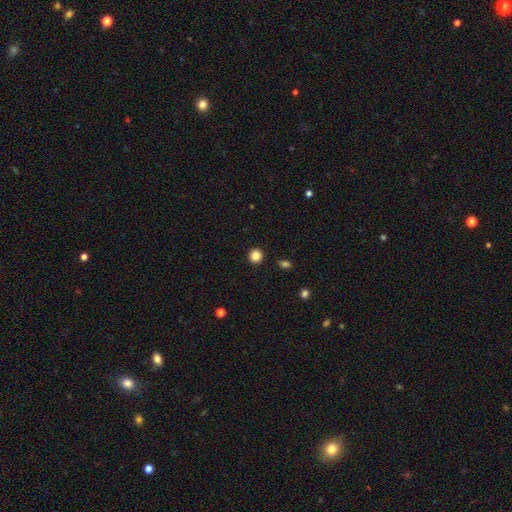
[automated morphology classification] smooth-or-featured: smooth: 85% | star or artifact: 11% | featured or disk: 4%
  how-rounded: round: 93% | in between: 6% | cigar-shaped: 1%
  merging: none: 93% | minor disturbance: 4% | major disturbance: 2% | merger: 1%